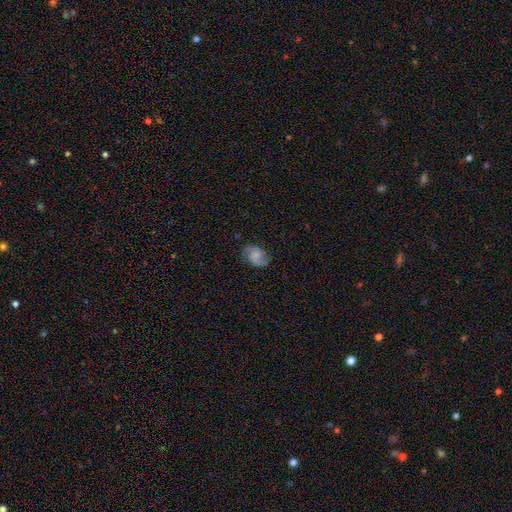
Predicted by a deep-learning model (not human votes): Smooth or featured? Predicted: featured or disk (p=0.75). Edge-on disk? Predicted: no (p=0.98). Bar? Predicted: weak (p=0.46). Spiral arms? Predicted: yes (p=0.95). Spiral winding? Predicted: medium (p=0.51). Spiral arm count? Predicted: 2 (p=0.92). Bulge size? Predicted: none (p=0.54). Merging? Predicted: none (p=0.81).